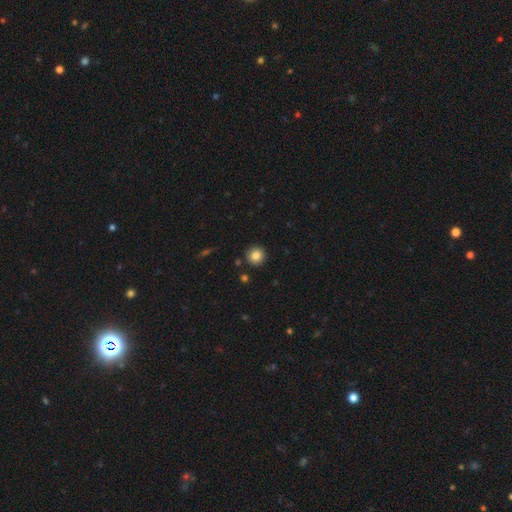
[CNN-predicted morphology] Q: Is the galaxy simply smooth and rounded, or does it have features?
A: smooth — 84%.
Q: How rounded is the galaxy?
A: round — 94%.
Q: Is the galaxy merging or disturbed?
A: none — 91%.